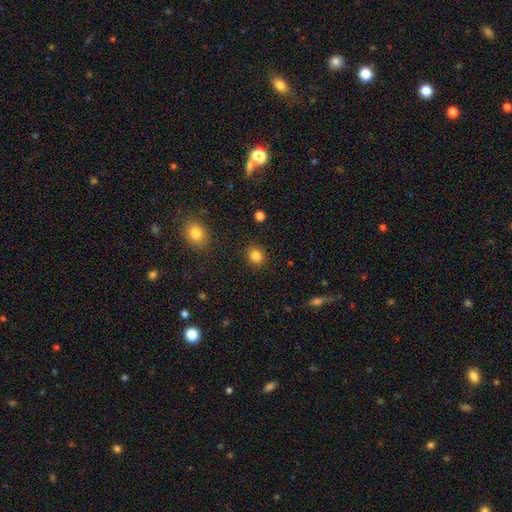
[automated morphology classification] A smooth galaxy with no disk features (83%) that is round (80%). Merging: none (90%).